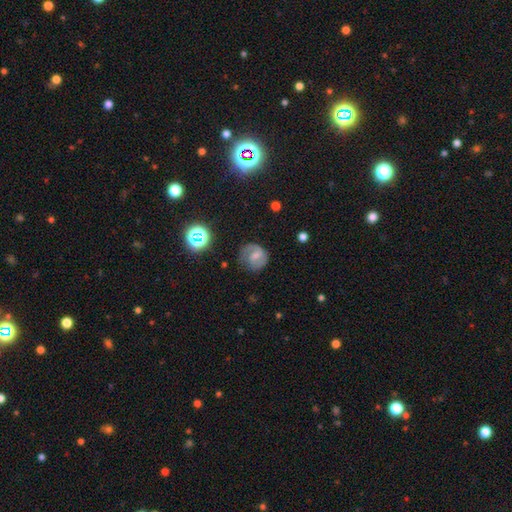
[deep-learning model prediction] smooth-or-featured: featured or disk: 64% | smooth: 26% | star or artifact: 10%
  disk-edge-on: no: 98% | yes: 2%
    bar: weak: 53% | no: 25% | strong: 22%
    has-spiral-arms: yes: 89% | no: 11%
      spiral-winding: medium: 46% | tight: 37% | loose: 18%
      spiral-arm-count: 2: 66% | 1: 21% | can't tell: 11% | 3: 2% | 4: 1% | more than 4: 1%
    bulge-size: small: 44% | moderate: 37% | none: 14% | large: 4% | dominant: 1%
  merging: none: 67% | minor disturbance: 21% | major disturbance: 10% | merger: 2%